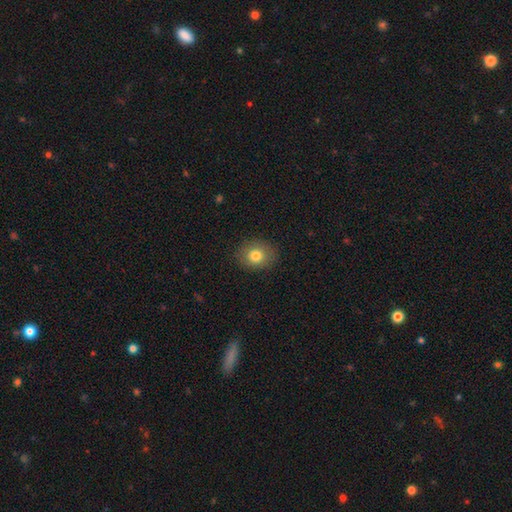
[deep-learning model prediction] Smooth or featured: smooth — 79% (featured or disk — 11%)
How rounded: round — 62% (in between — 37%)
Merging: none — 87% (minor disturbance — 9%)